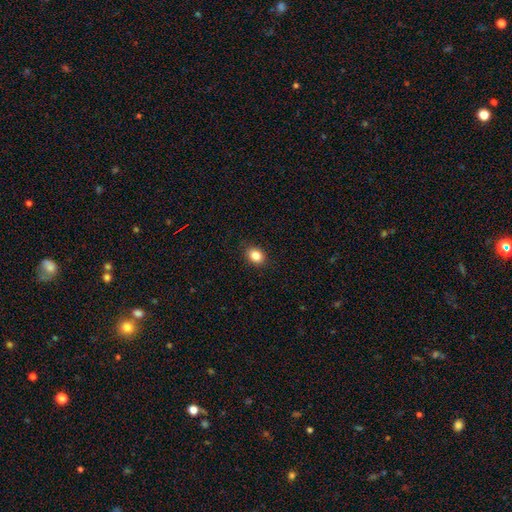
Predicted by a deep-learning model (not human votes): smooth 85%, star or artifact 10%, featured or disk 5%. Down the decision tree: how rounded — in between (55%); merging — none (89%).